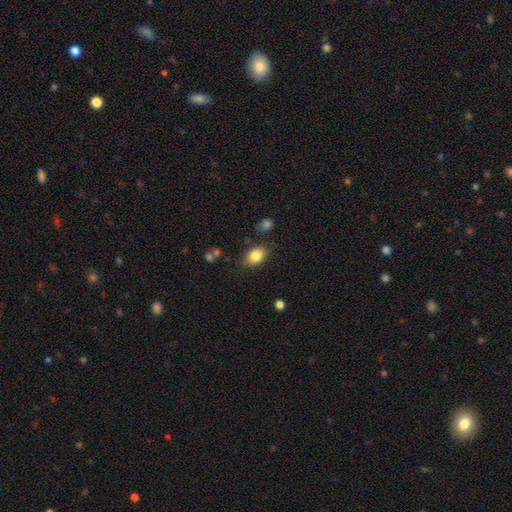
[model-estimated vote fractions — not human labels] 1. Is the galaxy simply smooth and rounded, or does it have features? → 84% smooth, 8% featured or disk, 8% star or artifact.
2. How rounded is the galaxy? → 84% in between, 14% round, 2% cigar-shaped.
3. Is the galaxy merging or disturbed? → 80% none, 14% minor disturbance, 3% major disturbance, 3% merger.